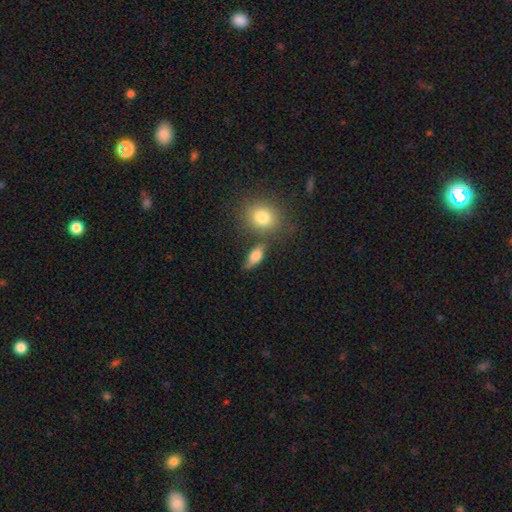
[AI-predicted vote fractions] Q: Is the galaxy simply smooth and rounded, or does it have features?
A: smooth — 74%.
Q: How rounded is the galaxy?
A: in between — 72%.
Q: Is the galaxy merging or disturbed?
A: none — 64%.